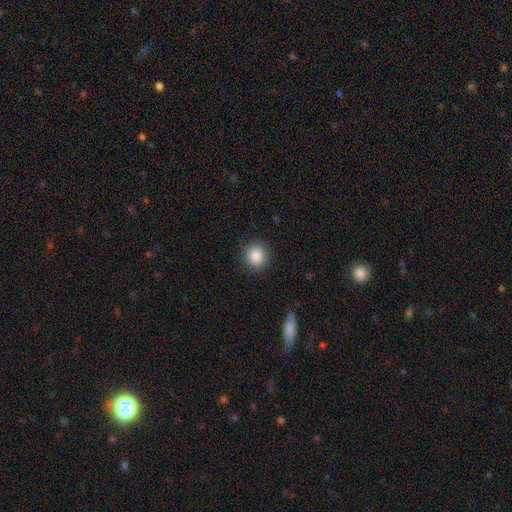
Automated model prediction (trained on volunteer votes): Morphology: type=smooth (87%); roundness=round (90%); merging=none (89%).